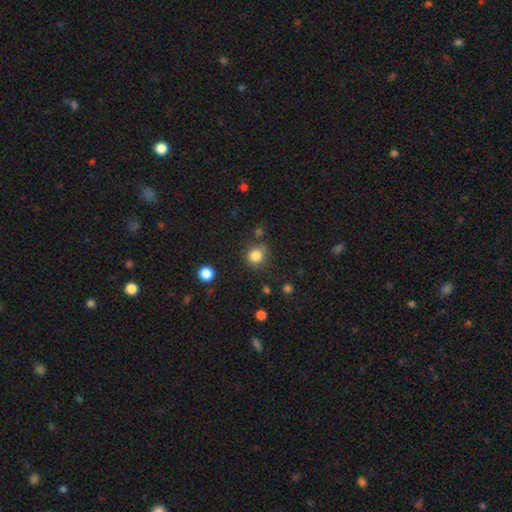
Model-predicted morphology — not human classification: smooth-or-featured: smooth: 83% | star or artifact: 12% | featured or disk: 5%
  how-rounded: round: 88% | in between: 12% | cigar-shaped: 1%
  merging: none: 76% | minor disturbance: 14% | merger: 5% | major disturbance: 5%